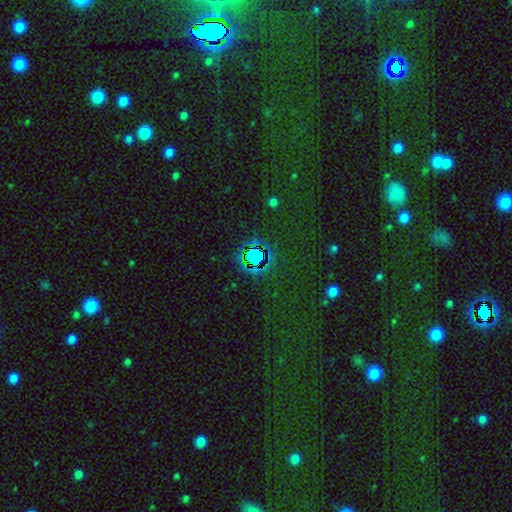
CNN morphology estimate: Smooth or featured? star or artifact (69%)